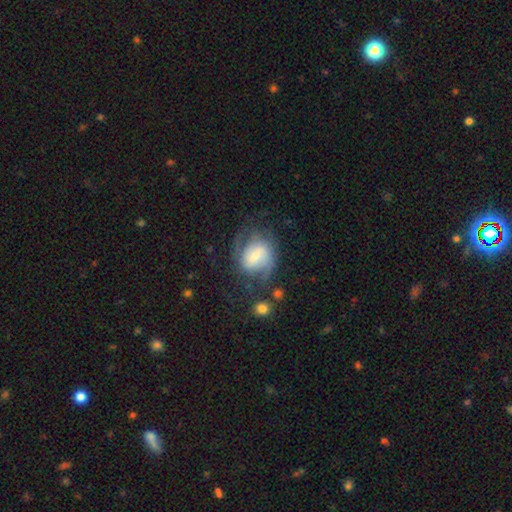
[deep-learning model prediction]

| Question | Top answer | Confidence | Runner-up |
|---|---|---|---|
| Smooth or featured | featured or disk | 70% | smooth (23%) |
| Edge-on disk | no | 97% | yes (3%) |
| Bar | weak | 52% | no (28%) |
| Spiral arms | yes | 89% | no (11%) |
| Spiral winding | medium | 46% | tight (32%) |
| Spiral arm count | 2 | 61% | can't tell (21%) |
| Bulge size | small | 53% | moderate (33%) |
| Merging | none | 55% | minor disturbance (21%) |